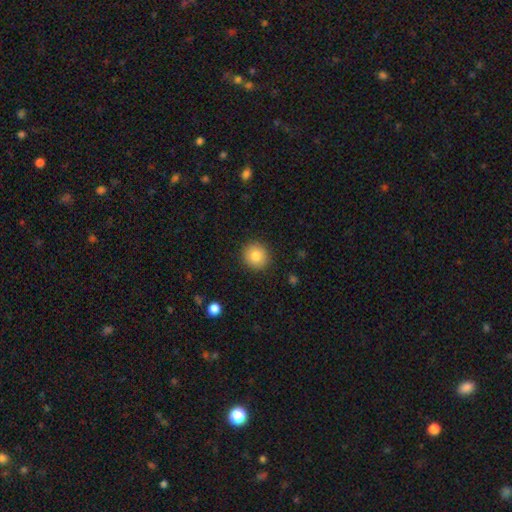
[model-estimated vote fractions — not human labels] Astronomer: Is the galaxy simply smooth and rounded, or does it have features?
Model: smooth — 84%.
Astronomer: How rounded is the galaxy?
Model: round — 91%.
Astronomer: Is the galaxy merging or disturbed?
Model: none — 91%.